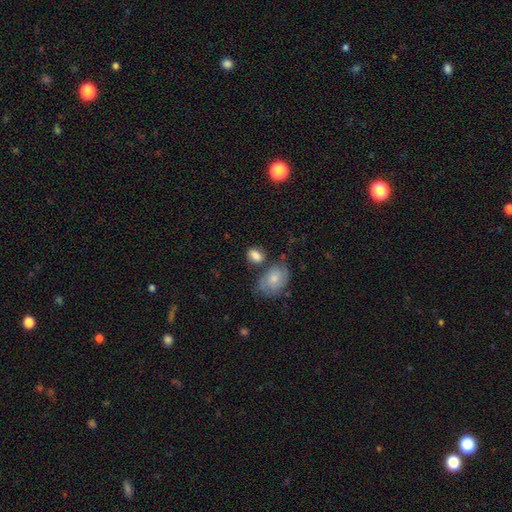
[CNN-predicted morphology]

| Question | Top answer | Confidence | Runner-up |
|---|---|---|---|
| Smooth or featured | smooth | 81% | featured or disk (11%) |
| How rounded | in between | 69% | round (29%) |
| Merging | none | 58% | minor disturbance (19%) |